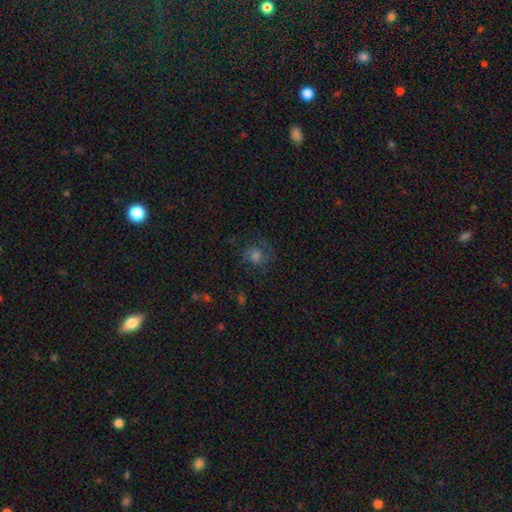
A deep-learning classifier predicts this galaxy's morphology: This appears to be a smooth galaxy with no disk features (44%). Merging: none (70%).